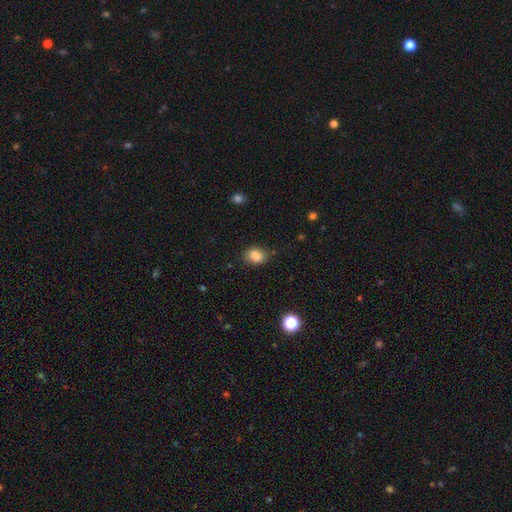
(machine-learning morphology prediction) Smooth or featured: smooth — 85% (star or artifact — 10%)
How rounded: in between — 53% (round — 46%)
Merging: none — 81% (minor disturbance — 14%)